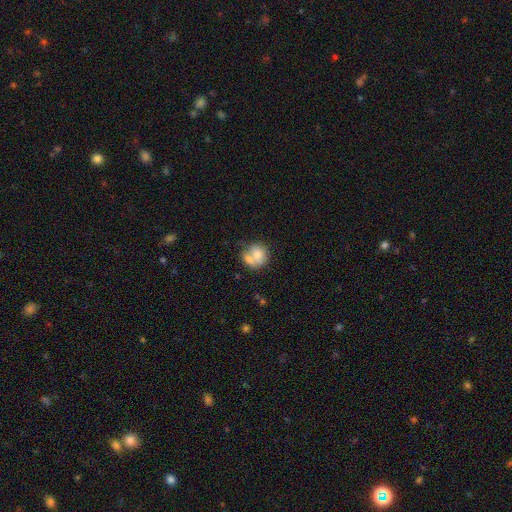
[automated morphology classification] A smooth galaxy with no disk features (69%) that is round (76%).

Vote fractions:
- Smooth or featured? smooth: 69% / featured or disk: 23% / star or artifact: 8%
- How rounded? round: 76% / in between: 23% / cigar-shaped: 1%
- Merging? merger: 52% / none: 32% / minor disturbance: 11% / major disturbance: 5%